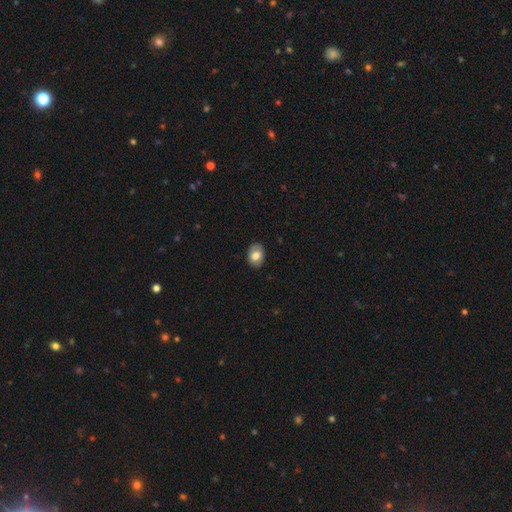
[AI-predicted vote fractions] smooth-or-featured: smooth: 72% | featured or disk: 21% | star or artifact: 7%
  how-rounded: in between: 76% | round: 23% | cigar-shaped: 1%
  merging: none: 83% | minor disturbance: 13% | major disturbance: 3% | merger: 1%